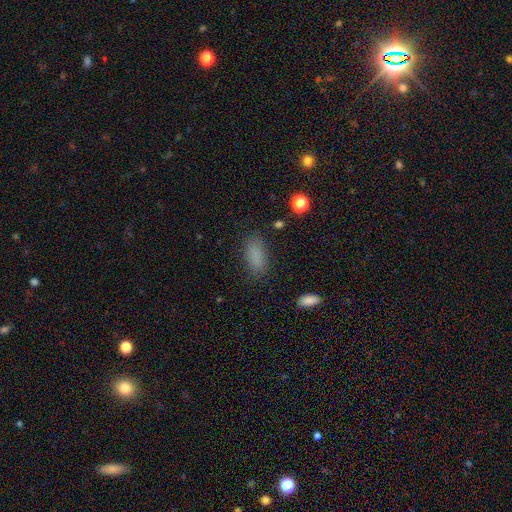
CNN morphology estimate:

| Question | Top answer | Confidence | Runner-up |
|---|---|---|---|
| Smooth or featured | smooth | 84% | star or artifact (11%) |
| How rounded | in between | 80% | cigar-shaped (16%) |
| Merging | none | 82% | minor disturbance (12%) |